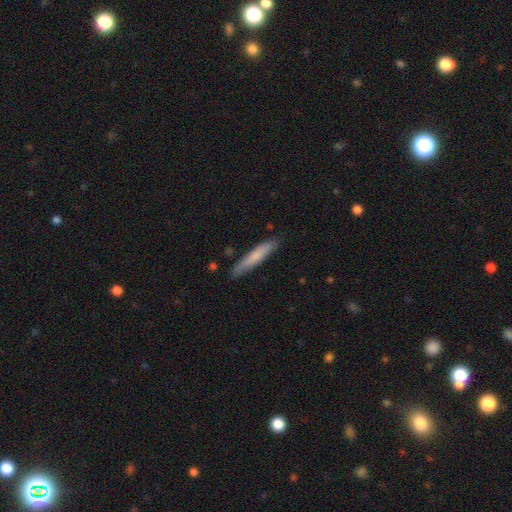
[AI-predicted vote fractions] Q: Smooth or featured?
A: smooth (70%); runner-up: featured or disk (25%)
Q: How rounded?
A: cigar-shaped (92%); runner-up: in between (6%)
Q: Merging?
A: none (84%); runner-up: minor disturbance (12%)